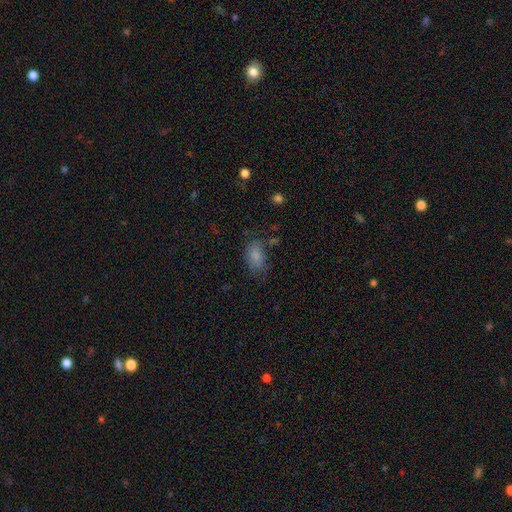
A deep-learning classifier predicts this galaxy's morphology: smooth_or_featured: smooth (p=0.81) [alt: star or artifact p=0.10]
how_rounded: in between (p=0.89) [alt: round p=0.09]
merging: none (p=0.61) [alt: minor disturbance p=0.24]